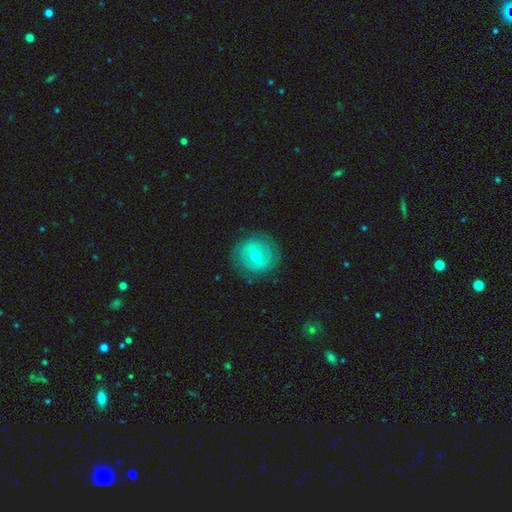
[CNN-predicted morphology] smooth_or_featured: featured or disk (p=0.63) [alt: smooth p=0.31]
disk_edge_on: no (p=0.94) [alt: yes p=0.06]
bar: weak (p=0.48) [alt: strong p=0.37]
has_spiral_arms: no (p=0.52) [alt: yes p=0.48]
bulge_size: moderate (p=0.69) [alt: small p=0.25]
merging: none (p=0.82) [alt: minor disturbance p=0.12]